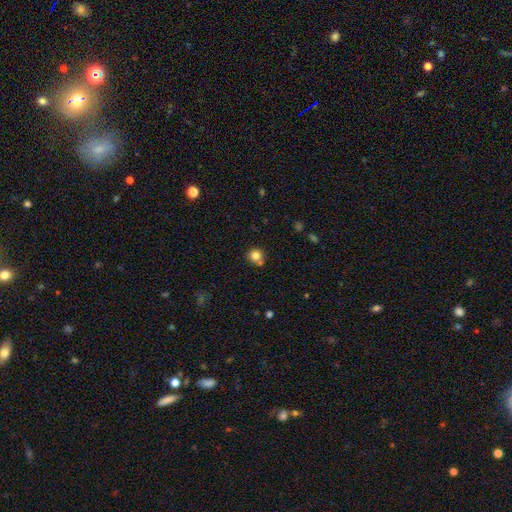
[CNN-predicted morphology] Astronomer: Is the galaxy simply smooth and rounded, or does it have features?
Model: smooth — 81%.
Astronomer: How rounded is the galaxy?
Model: round — 91%.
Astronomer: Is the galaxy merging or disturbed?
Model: none — 69%.